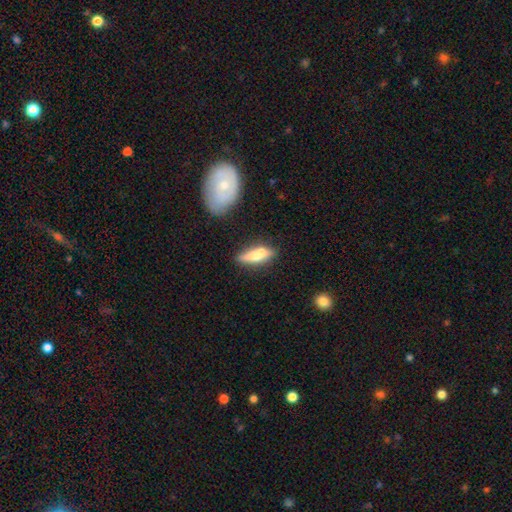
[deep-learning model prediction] This appears to be a smooth galaxy with no disk features (55%) that is cigar-shaped (58%). Merging: none (65%).